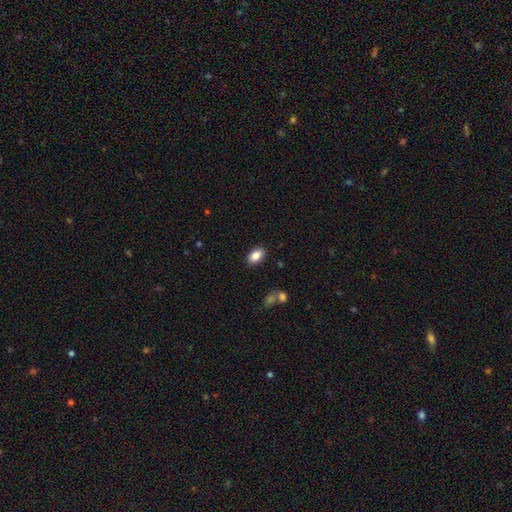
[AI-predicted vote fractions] Smooth or featured? Predicted: smooth (p=0.86). How rounded? Predicted: in between (p=0.91). Merging? Predicted: none (p=0.87).